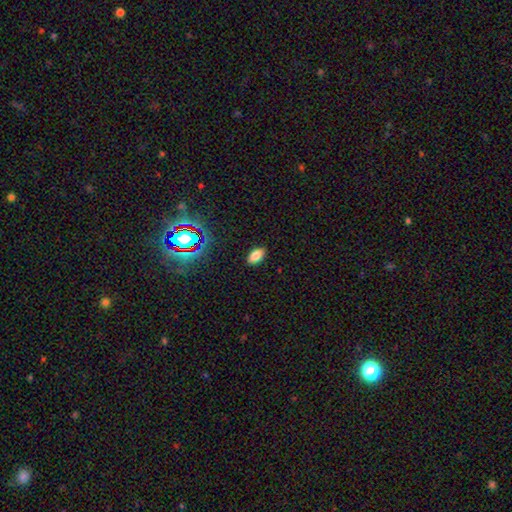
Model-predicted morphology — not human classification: type=smooth (80%); roundness=in between (92%); merging=none (88%).